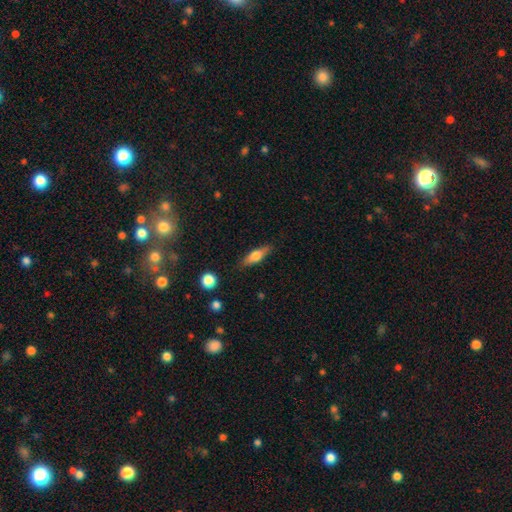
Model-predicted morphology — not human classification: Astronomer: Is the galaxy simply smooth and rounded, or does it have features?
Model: smooth — 58% (runner-up: featured or disk, 35%).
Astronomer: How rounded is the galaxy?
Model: cigar-shaped — 50% (runner-up: in between, 46%).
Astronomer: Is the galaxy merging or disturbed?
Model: none — 83%.